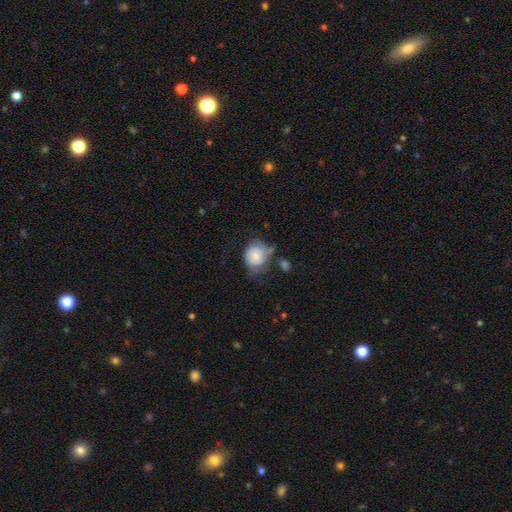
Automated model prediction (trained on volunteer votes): A smooth galaxy with no disk features (58%) that is round (66%). Merging: none (35%).